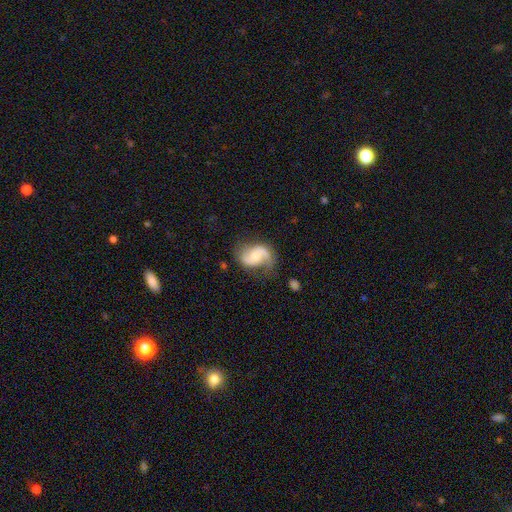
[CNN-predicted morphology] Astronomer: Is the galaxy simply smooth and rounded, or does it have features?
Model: featured or disk — 80%.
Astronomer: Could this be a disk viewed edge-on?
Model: no — 98%.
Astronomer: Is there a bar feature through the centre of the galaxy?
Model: no — 56% (runner-up: weak, 35%).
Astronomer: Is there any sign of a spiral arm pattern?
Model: yes — 95%.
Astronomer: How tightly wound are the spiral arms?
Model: medium — 44% (runner-up: loose, 42%).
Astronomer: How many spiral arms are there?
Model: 2 — 87%.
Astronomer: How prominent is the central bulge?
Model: moderate — 51% (runner-up: small, 40%).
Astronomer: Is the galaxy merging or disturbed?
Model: none — 66%.